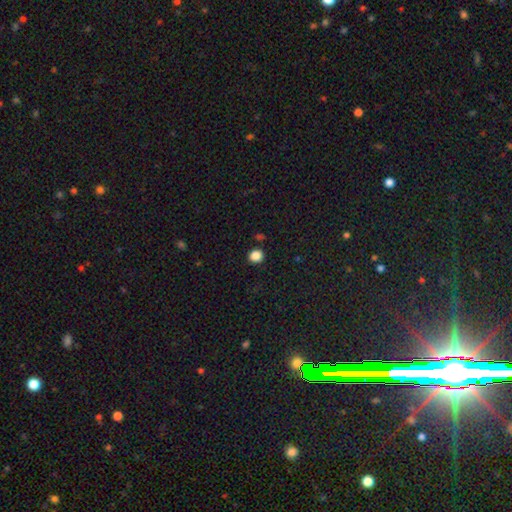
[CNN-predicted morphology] A smooth galaxy with no disk features (86%) that is round (80%). Merging: none (89%).